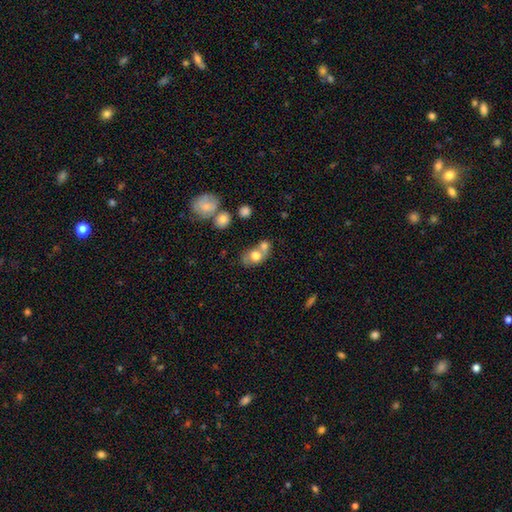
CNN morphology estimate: This is likely a smooth galaxy (68%). How rounded: possibly in between (54%). Merging: possibly merger (50%).